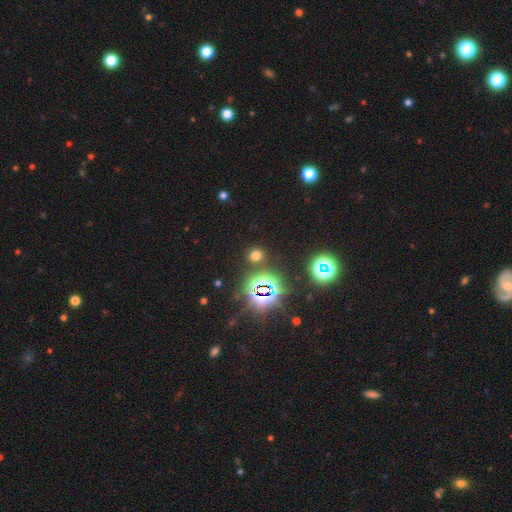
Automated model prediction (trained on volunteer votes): smooth-or-featured: smooth: 55% | star or artifact: 39% | featured or disk: 6%
  how-rounded: round: 85% | in between: 13% | cigar-shaped: 1%
  merging: none: 84% | minor disturbance: 7% | merger: 6% | major disturbance: 3%